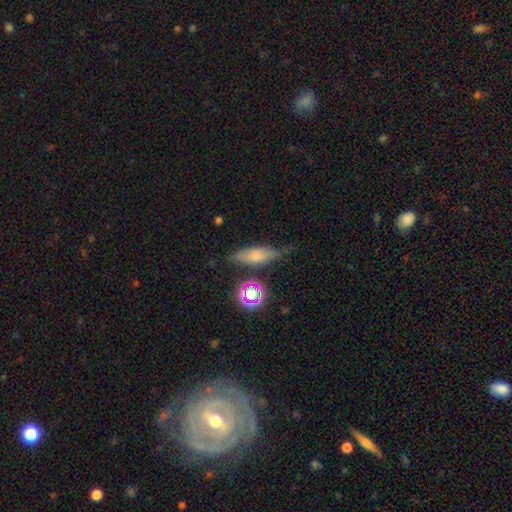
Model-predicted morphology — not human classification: Smooth or featured: smooth — 65% (featured or disk — 22%)
How rounded: in between — 52% (cigar-shaped — 42%)
Merging: none — 68% (minor disturbance — 22%)